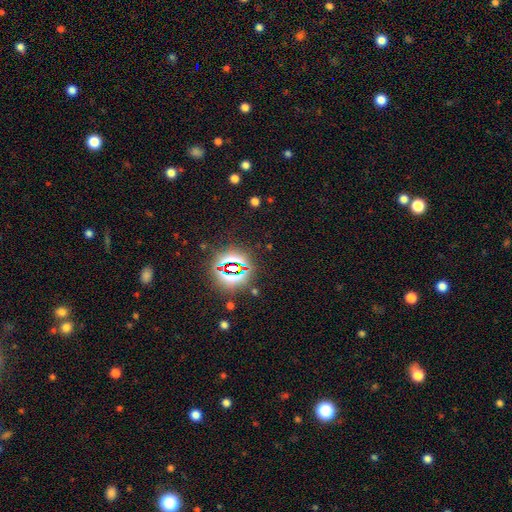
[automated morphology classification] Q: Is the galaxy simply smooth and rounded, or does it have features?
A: star or artifact — 82%.